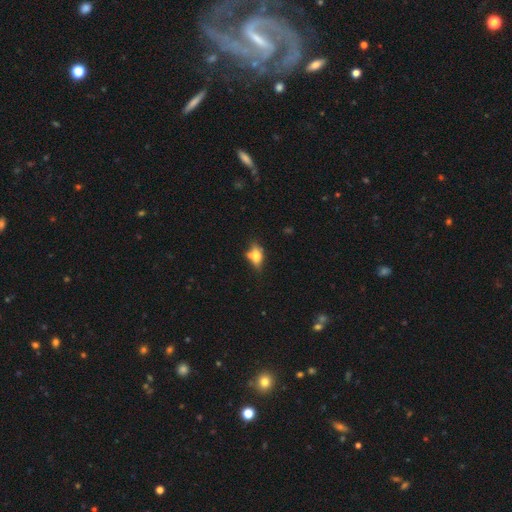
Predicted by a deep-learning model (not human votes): Morphology: type=smooth (57%); roundness=in between (76%); merging=none (47%).